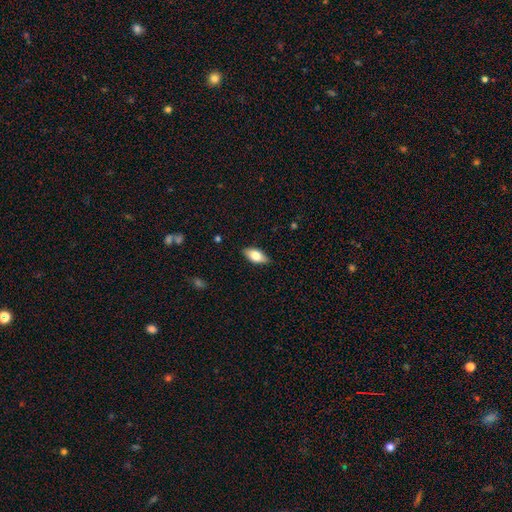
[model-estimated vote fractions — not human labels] Smooth or featured: smooth — 75% (featured or disk — 19%)
How rounded: in between — 88% (cigar-shaped — 9%)
Merging: none — 87% (minor disturbance — 10%)